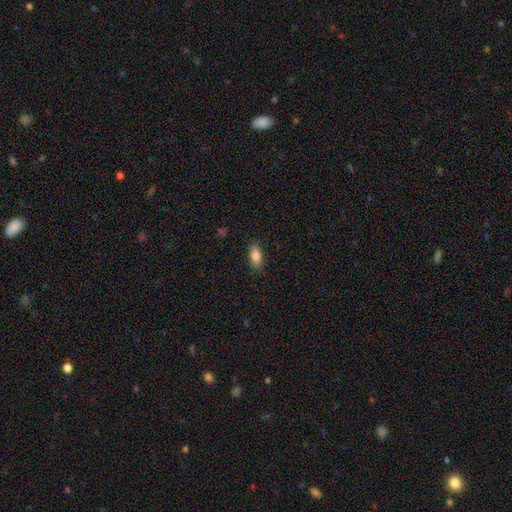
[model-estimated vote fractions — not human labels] Smooth or featured? Predicted: smooth (p=0.85). How rounded? Predicted: in between (p=0.85). Merging? Predicted: none (p=0.85).